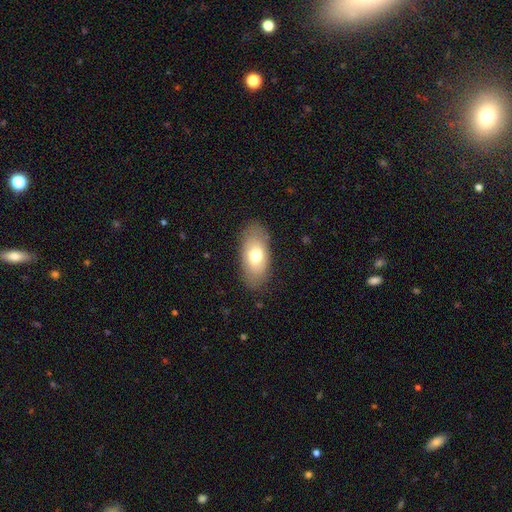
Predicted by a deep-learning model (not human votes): Q: Smooth or featured?
A: smooth (70%); runner-up: featured or disk (23%)
Q: How rounded?
A: in between (91%); runner-up: round (5%)
Q: Merging?
A: none (81%); runner-up: minor disturbance (14%)